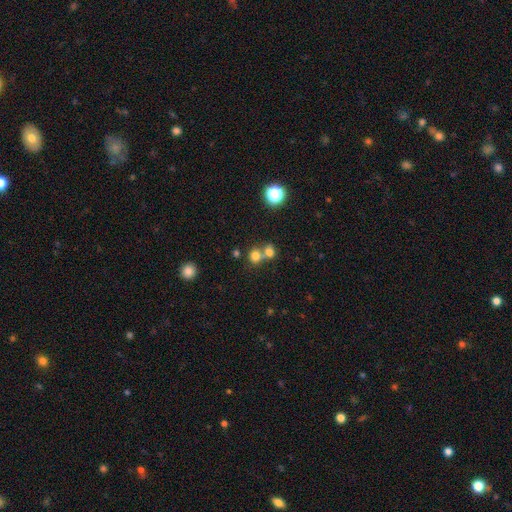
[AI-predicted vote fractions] Smooth or featured? smooth (76%)
How rounded? round (80%)
Merging? merger (50%)